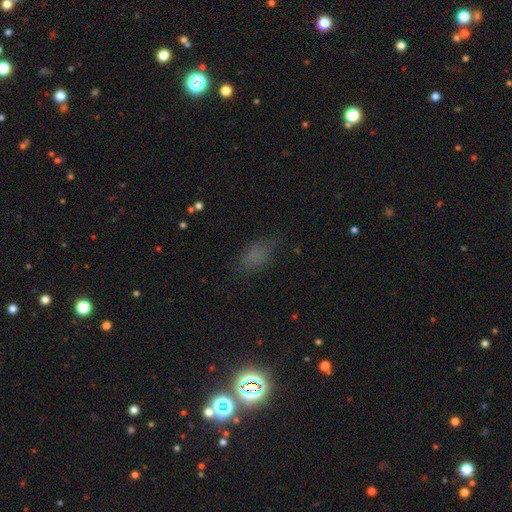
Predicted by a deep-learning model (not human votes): Q: Smooth or featured?
A: smooth (69%); runner-up: star or artifact (20%)
Q: How rounded?
A: in between (85%); runner-up: round (10%)
Q: Merging?
A: none (63%); runner-up: minor disturbance (23%)